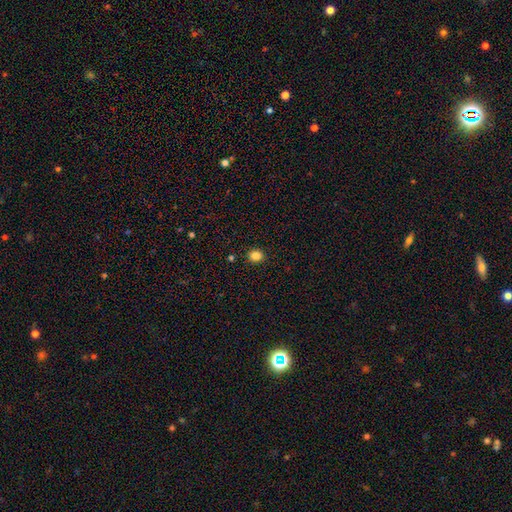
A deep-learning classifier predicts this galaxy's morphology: A smooth galaxy with no disk features (83%) that is round (76%).

Vote fractions:
- Smooth or featured? smooth: 83% / star or artifact: 12% / featured or disk: 4%
- How rounded? round: 76% / in between: 24% / cigar-shaped: 1%
- Merging? none: 91% / minor disturbance: 6% / major disturbance: 2% / merger: 1%